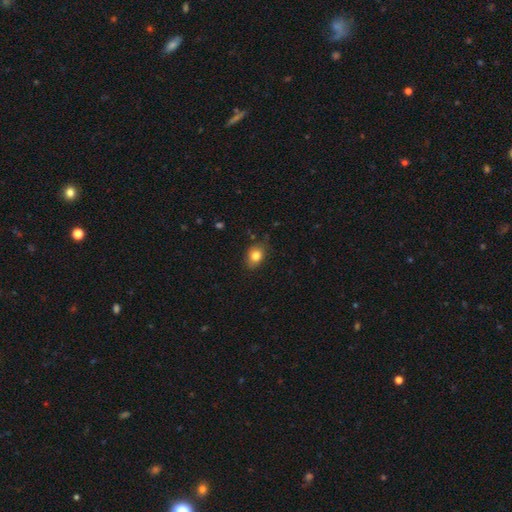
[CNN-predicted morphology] A smooth galaxy with no disk features (81%) that is in between round and cigar-shaped (65%). Merging: none (76%).